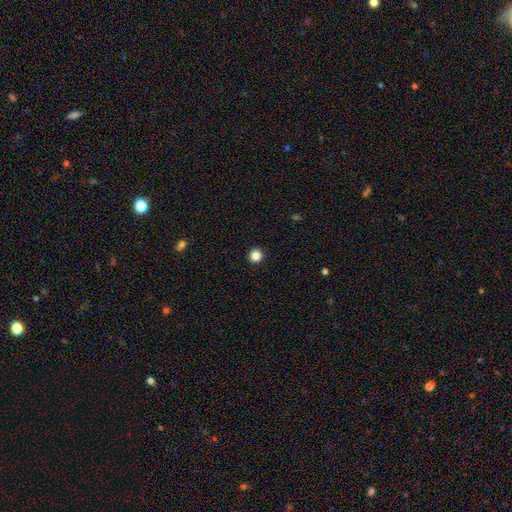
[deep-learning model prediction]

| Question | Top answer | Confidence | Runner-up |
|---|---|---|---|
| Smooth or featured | smooth | 86% | star or artifact (11%) |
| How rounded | round | 96% | in between (4%) |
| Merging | none | 94% | minor disturbance (4%) |